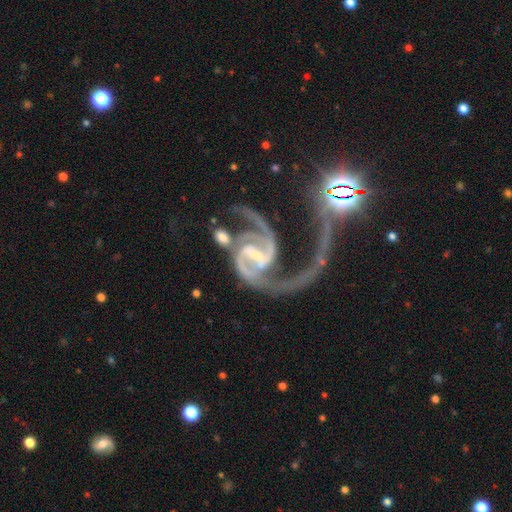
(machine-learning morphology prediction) Smooth or featured? Predicted: featured or disk (p=0.92). Edge-on disk? Predicted: no (p=0.98). Bar? Predicted: strong (p=0.45). Spiral arms? Predicted: yes (p=0.98). Spiral winding? Predicted: medium (p=0.45). Spiral arm count? Predicted: 2 (p=0.74). Bulge size? Predicted: small (p=0.50). Merging? Predicted: major disturbance (p=0.36).